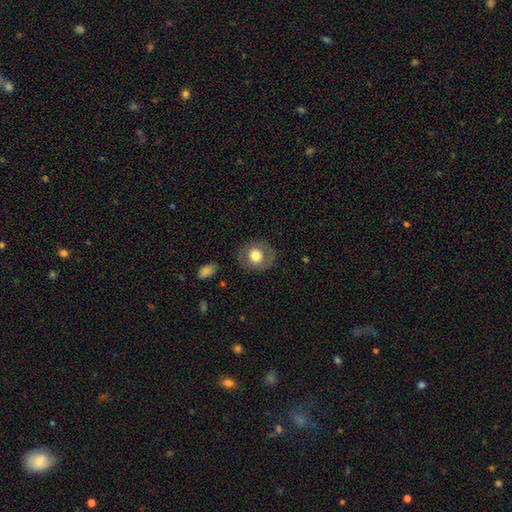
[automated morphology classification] Q: Smooth or featured?
A: smooth (64%); runner-up: featured or disk (28%)
Q: How rounded?
A: round (76%); runner-up: in between (23%)
Q: Merging?
A: none (83%); runner-up: minor disturbance (11%)